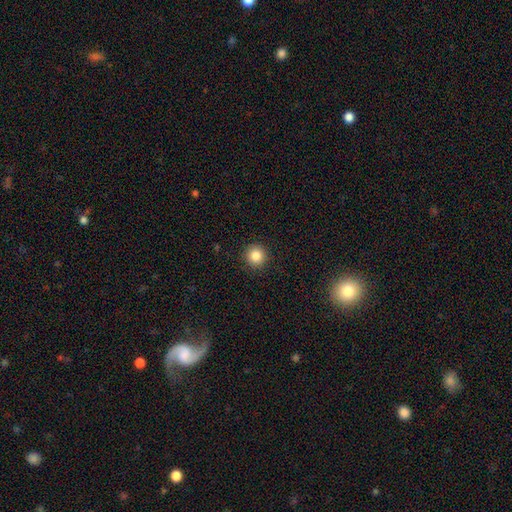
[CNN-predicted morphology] Smooth or featured? Predicted: smooth (p=0.85). How rounded? Predicted: round (p=0.94). Merging? Predicted: none (p=0.92).